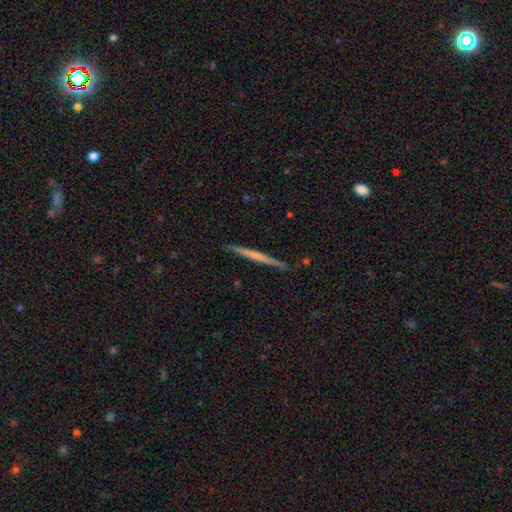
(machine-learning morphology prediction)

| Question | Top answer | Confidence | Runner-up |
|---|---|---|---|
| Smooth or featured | featured or disk | 53% | smooth (42%) |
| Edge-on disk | yes | 98% | no (2%) |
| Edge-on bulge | none | 83% | rounded (12%) |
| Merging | none | 90% | minor disturbance (7%) |